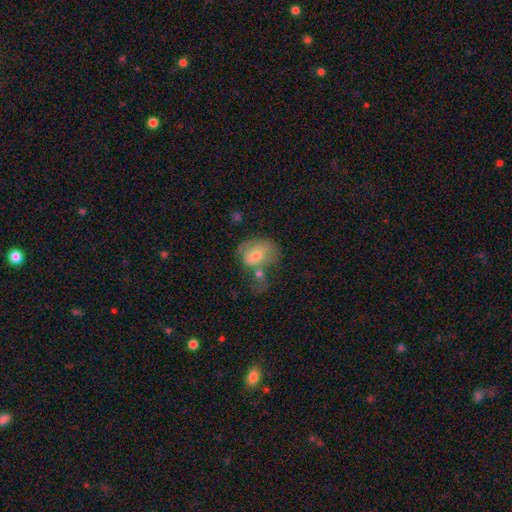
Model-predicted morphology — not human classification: smooth 57%, featured or disk 35%, star or artifact 8%. Down the decision tree: how rounded — in between (70%); merging — merger (32%).